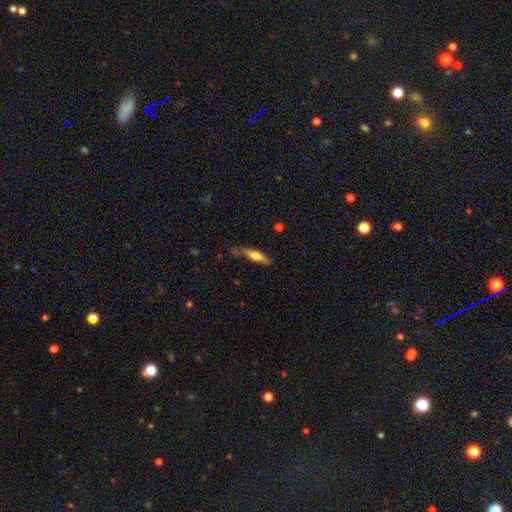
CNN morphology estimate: Smooth or featured: smooth — 56% (featured or disk — 37%)
How rounded: cigar-shaped — 62% (in between — 36%)
Merging: none — 51% (minor disturbance — 30%)